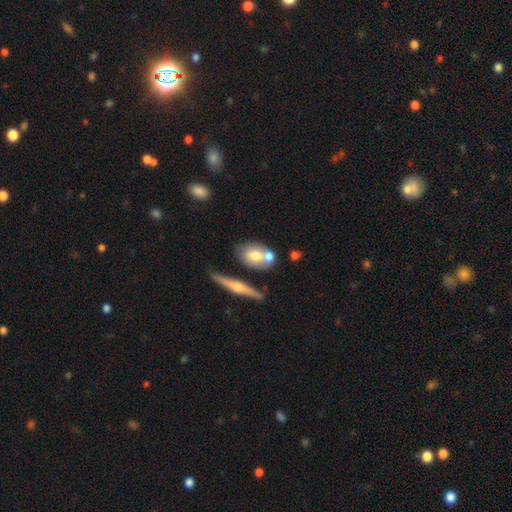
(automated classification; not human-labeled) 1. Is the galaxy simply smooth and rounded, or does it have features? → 62% smooth, 30% featured or disk, 7% star or artifact.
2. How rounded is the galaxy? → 69% in between, 25% round, 6% cigar-shaped.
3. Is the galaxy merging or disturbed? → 45% none, 35% merger, 14% minor disturbance, 5% major disturbance.